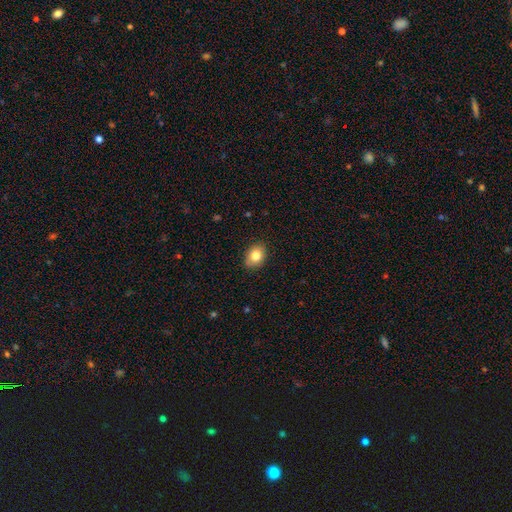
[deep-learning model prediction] Smooth or featured?
  - smooth: 82% *
  - featured or disk: 9%
  - star or artifact: 8%
How rounded?
  - in between: 68% *
  - round: 31%
  - cigar-shaped: 1%
Merging?
  - none: 84% *
  - minor disturbance: 13%
  - major disturbance: 2%
  - merger: 1%